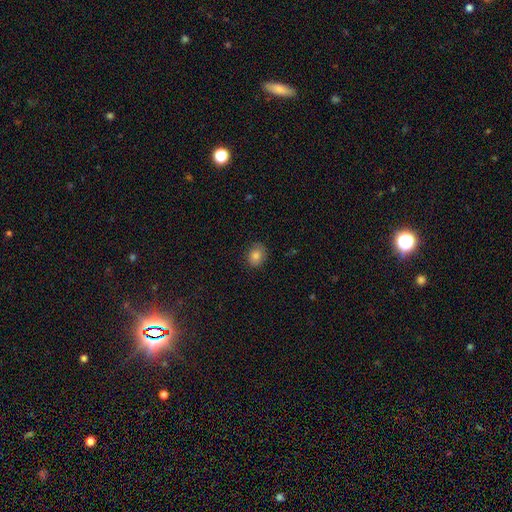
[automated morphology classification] Smooth or featured? smooth (83%)
How rounded? round (50%)
Merging? none (83%)